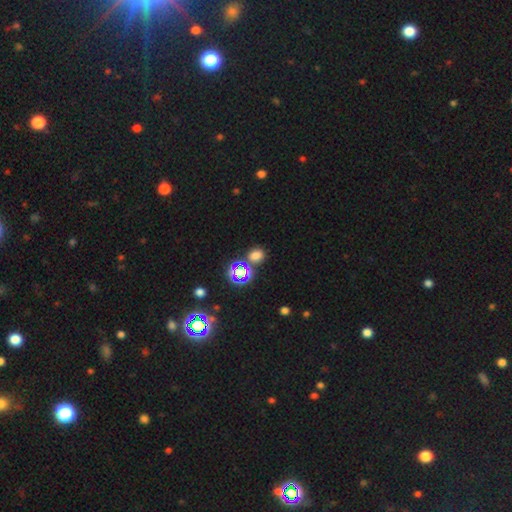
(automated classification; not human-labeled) Smooth or featured?
  - smooth: 63% *
  - star or artifact: 30%
  - featured or disk: 7%
How rounded?
  - round: 59% *
  - in between: 40%
  - cigar-shaped: 1%
Merging?
  - none: 73% *
  - merger: 13%
  - minor disturbance: 11%
  - major disturbance: 4%